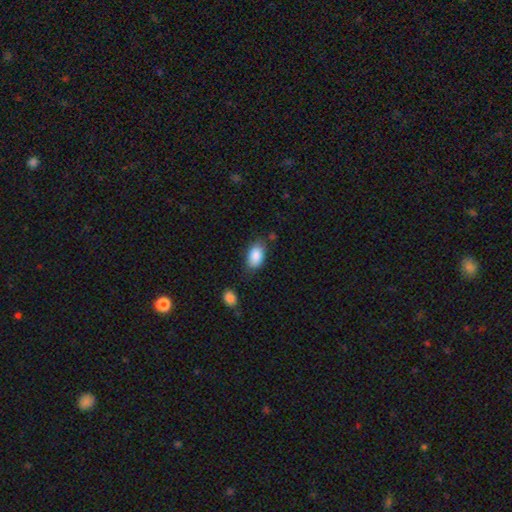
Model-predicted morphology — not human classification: This is clearly a smooth galaxy (88%). How rounded: clearly in between (92%). Merging: likely none (73%).